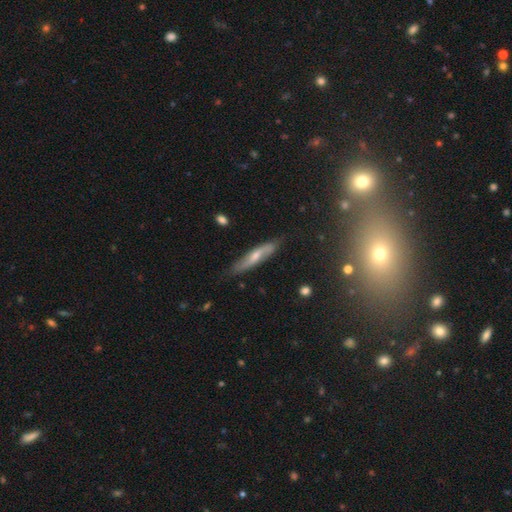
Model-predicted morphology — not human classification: Overall: featured or disk (53%; smooth 40%). Edge-on disk: yes (61%; no 39%). Merging: none (78%).